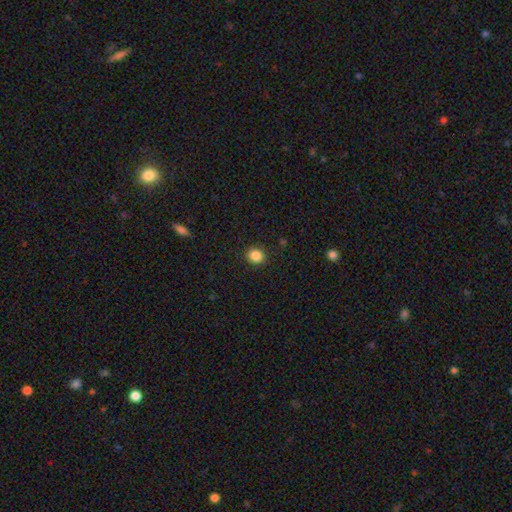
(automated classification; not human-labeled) A smooth galaxy with no disk features (86%) that is round (76%). Merging: none (91%).